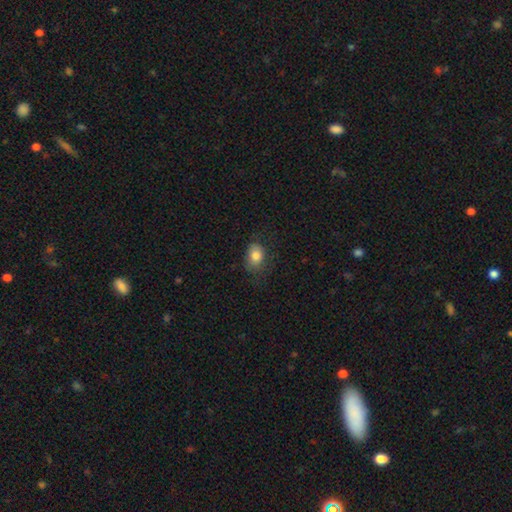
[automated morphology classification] This is clearly a smooth galaxy (82%). How rounded: likely in between (65%). Merging: likely none (63%).